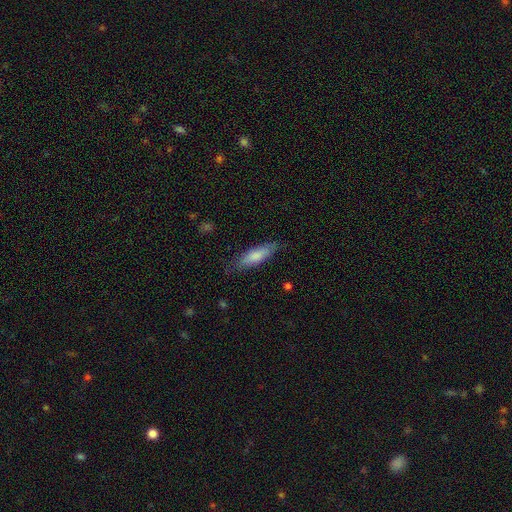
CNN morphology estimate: smooth_or_featured: smooth (p=0.77) [alt: featured or disk p=0.17]
how_rounded: cigar-shaped (p=0.61) [alt: in between p=0.37]
merging: none (p=0.79) [alt: minor disturbance p=0.16]